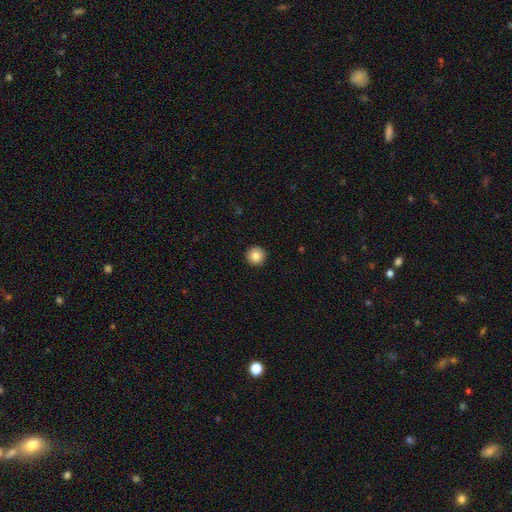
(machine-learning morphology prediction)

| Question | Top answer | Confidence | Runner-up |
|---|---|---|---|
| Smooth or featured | smooth | 85% | star or artifact (9%) |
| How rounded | round | 96% | in between (3%) |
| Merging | none | 93% | minor disturbance (4%) |